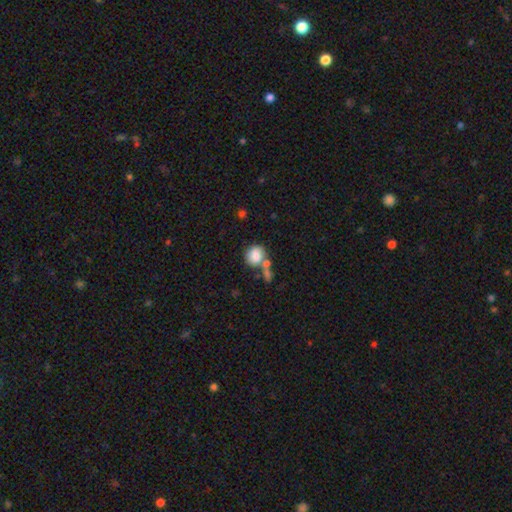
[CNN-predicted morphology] Overall: smooth (82%). How rounded: round (72%). Merging: none (42%; merger 36%).